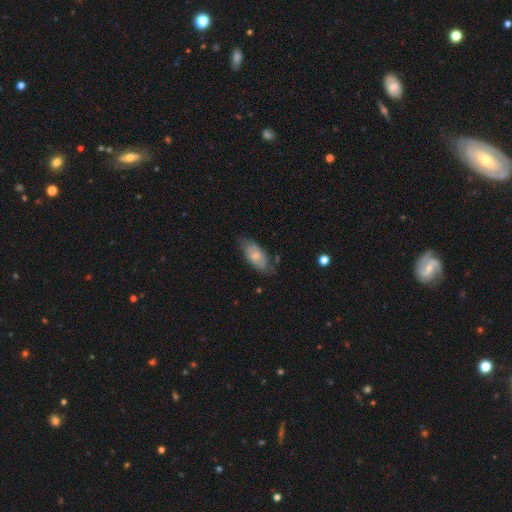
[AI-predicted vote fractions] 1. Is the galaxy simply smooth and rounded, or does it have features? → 60% smooth, 33% featured or disk, 6% star or artifact.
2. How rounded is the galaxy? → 89% in between, 8% cigar-shaped, 3% round.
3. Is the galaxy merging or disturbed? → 66% none, 25% minor disturbance, 7% major disturbance, 2% merger.